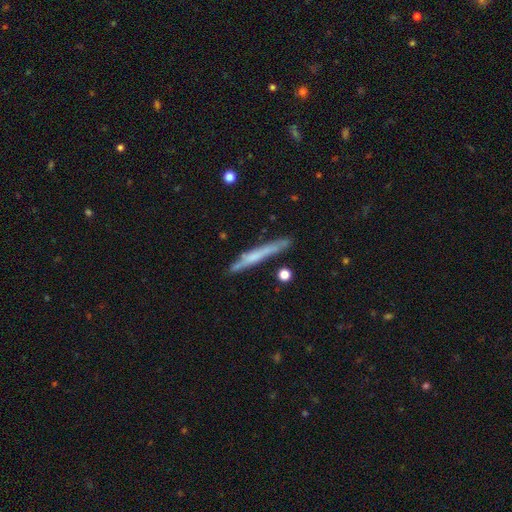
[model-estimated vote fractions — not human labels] This appears to be a smooth galaxy with no disk features (48%). Merging: none (74%).